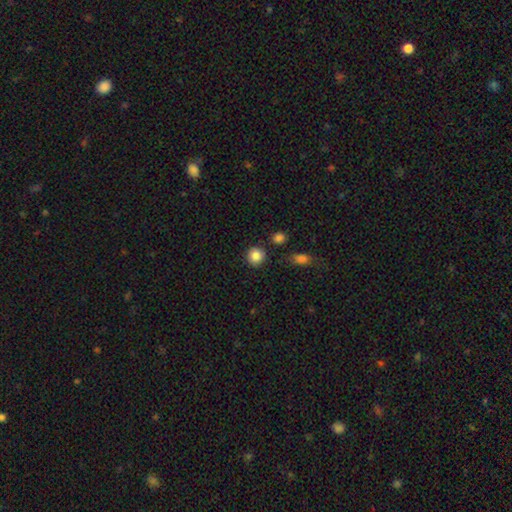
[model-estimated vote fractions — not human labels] Smooth or featured? smooth (86%)
How rounded? round (91%)
Merging? none (85%)